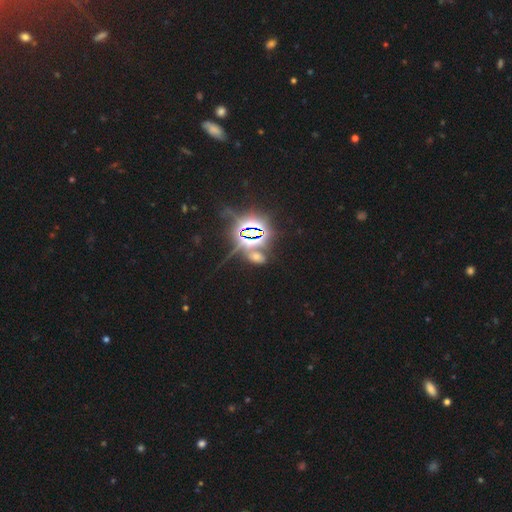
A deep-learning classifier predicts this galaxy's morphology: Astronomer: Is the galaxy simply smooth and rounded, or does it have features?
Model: star or artifact — 74%.